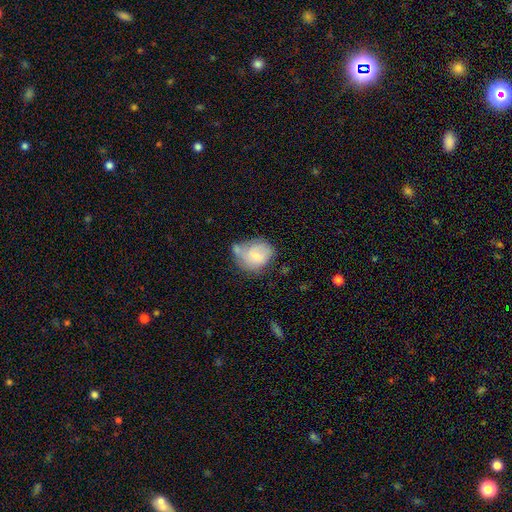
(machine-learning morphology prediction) Smooth or featured?
  - smooth: 61% *
  - featured or disk: 31%
  - star or artifact: 7%
How rounded?
  - round: 55% *
  - in between: 44%
  - cigar-shaped: 1%
Merging?
  - none: 34% *
  - minor disturbance: 29%
  - merger: 21%
  - major disturbance: 16%